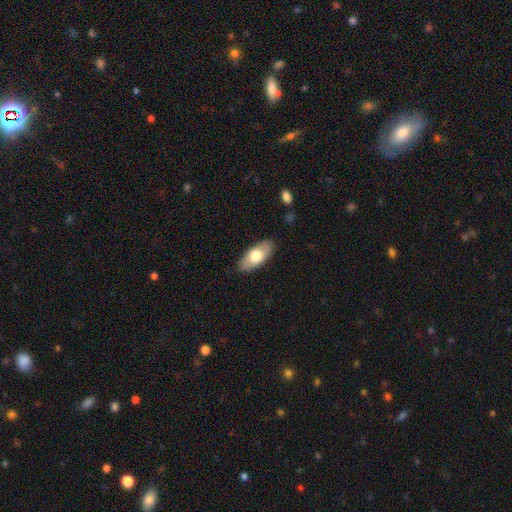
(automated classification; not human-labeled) The model was most divided on "smooth or featured": smooth: 68%, featured or disk: 26%, star or artifact: 5%. More confident: how rounded — in between (89%); merging — none (87%).